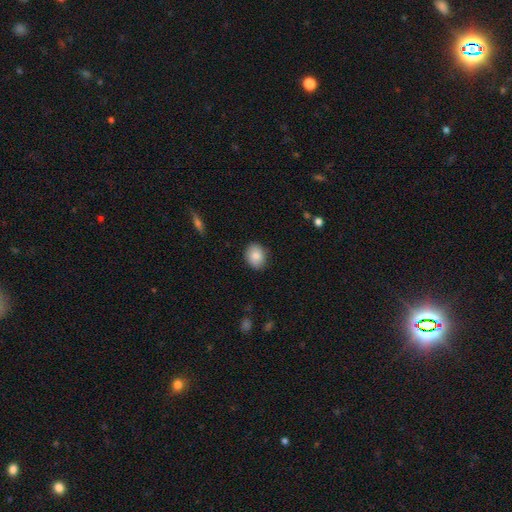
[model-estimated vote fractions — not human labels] This appears to be a smooth galaxy with no disk features (86%) that is in between round and cigar-shaped (52%). Merging: none (87%).